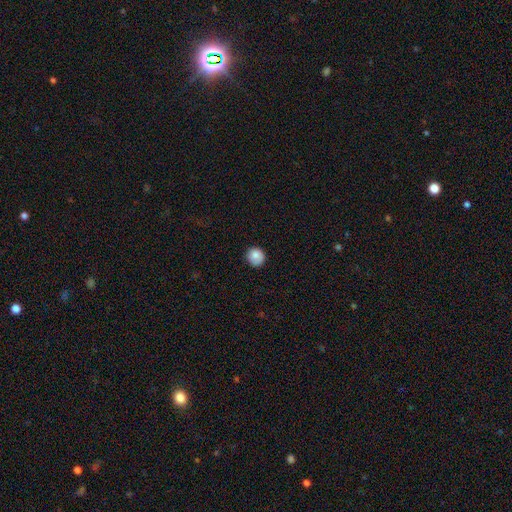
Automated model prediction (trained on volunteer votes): Smooth or featured?
  - smooth: 82% *
  - featured or disk: 9%
  - star or artifact: 8%
How rounded?
  - round: 88% *
  - in between: 11%
  - cigar-shaped: 1%
Merging?
  - none: 79% *
  - minor disturbance: 17%
  - major disturbance: 3%
  - merger: 1%